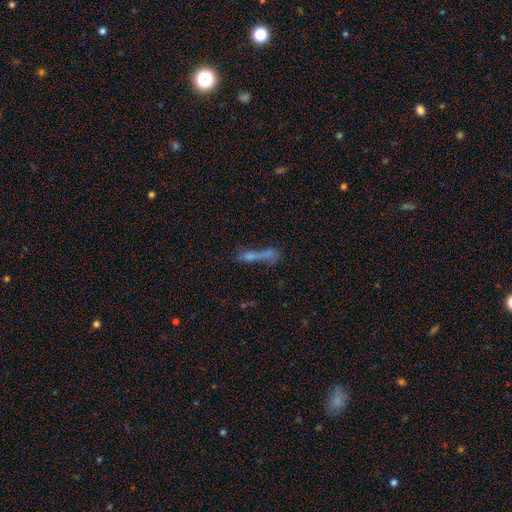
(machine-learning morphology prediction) Smooth or featured?
  - smooth: 44% *
  - featured or disk: 32%
  - star or artifact: 25%
Merging?
  - none: 36% * (tied)
  - merger: 36% * (tied)
  - major disturbance: 15%
  - minor disturbance: 13%